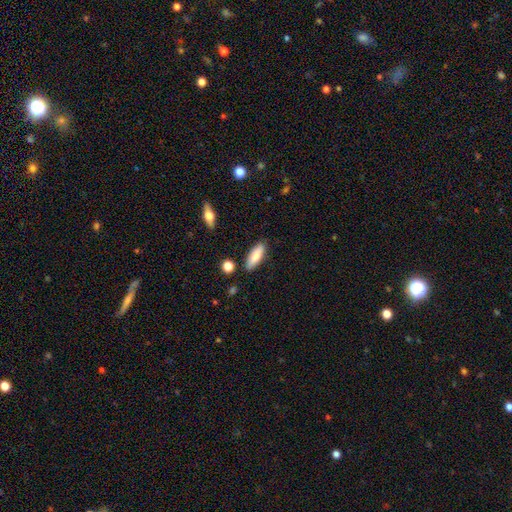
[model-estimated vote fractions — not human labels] A smooth galaxy with no disk features (79%) that is in between round and cigar-shaped (58%).

Vote fractions:
- Smooth or featured? smooth: 79% / featured or disk: 15% / star or artifact: 7%
- How rounded? in between: 58% / cigar-shaped: 40% / round: 2%
- Merging? none: 83% / minor disturbance: 12% / merger: 3% / major disturbance: 2%